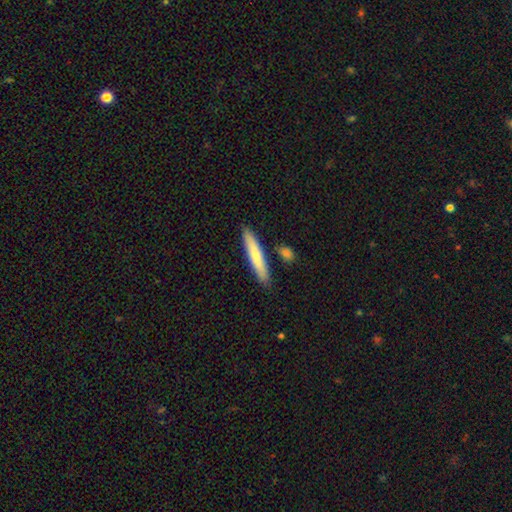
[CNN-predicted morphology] smooth 70%, featured or disk 25%, star or artifact 5%. Down the decision tree: how rounded — cigar-shaped (91%); merging — none (84%).